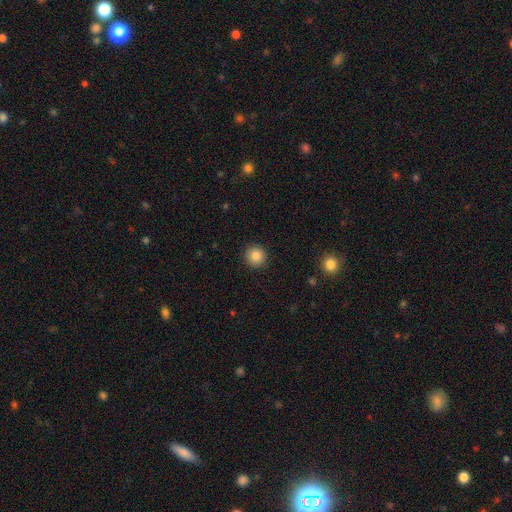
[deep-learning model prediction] Smooth or featured? Predicted: smooth (p=0.85). How rounded? Predicted: round (p=0.94). Merging? Predicted: none (p=0.92).